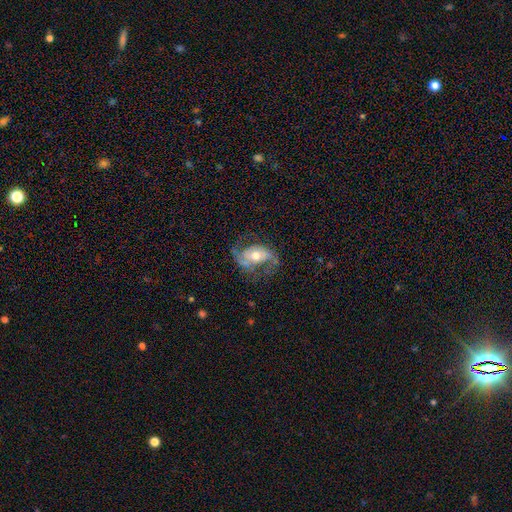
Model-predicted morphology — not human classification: smooth_or_featured: featured or disk (p=0.79) [alt: smooth p=0.15]
disk_edge_on: no (p=0.96) [alt: yes p=0.04]
bar: no (p=0.55) [alt: weak p=0.30]
has_spiral_arms: yes (p=0.90) [alt: no p=0.10]
spiral_winding: medium (p=0.45) [alt: loose p=0.39]
spiral_arm_count: 2 (p=0.81) [alt: can't tell p=0.07]
bulge_size: moderate (p=0.72) [alt: small p=0.15]
merging: none (p=0.57) [alt: minor disturbance p=0.21]